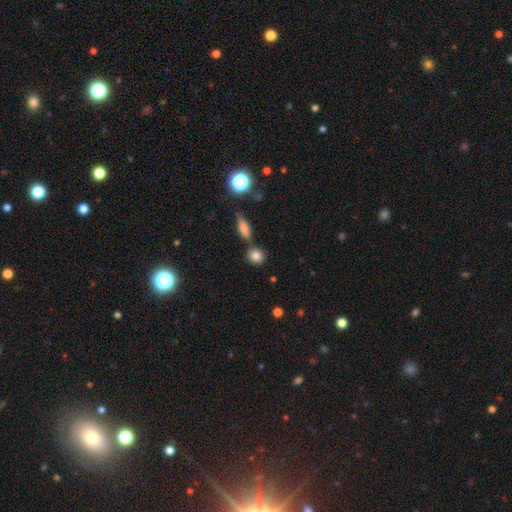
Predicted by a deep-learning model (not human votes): Smooth or featured?
  - smooth: 82% *
  - star or artifact: 10%
  - featured or disk: 8%
How rounded?
  - round: 78% *
  - in between: 18%
  - cigar-shaped: 3%
Merging?
  - none: 71% *
  - merger: 15%
  - minor disturbance: 10%
  - major disturbance: 3%